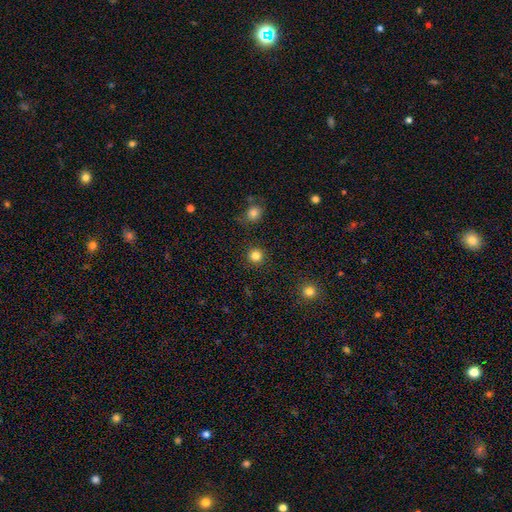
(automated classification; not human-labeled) Smooth or featured?
  - smooth: 84% *
  - star or artifact: 12%
  - featured or disk: 4%
How rounded?
  - round: 95% *
  - in between: 4%
  - cigar-shaped: 1%
Merging?
  - none: 91% *
  - minor disturbance: 5%
  - major disturbance: 2%
  - merger: 2%